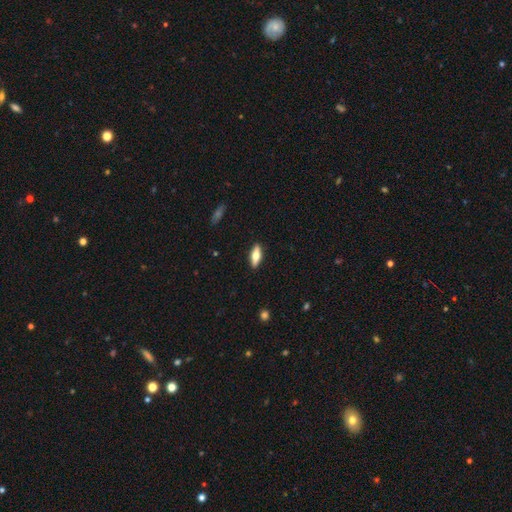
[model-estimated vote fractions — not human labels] This appears to be a smooth galaxy with no disk features (57%) that is in between round and cigar-shaped (59%). Merging: none (90%).